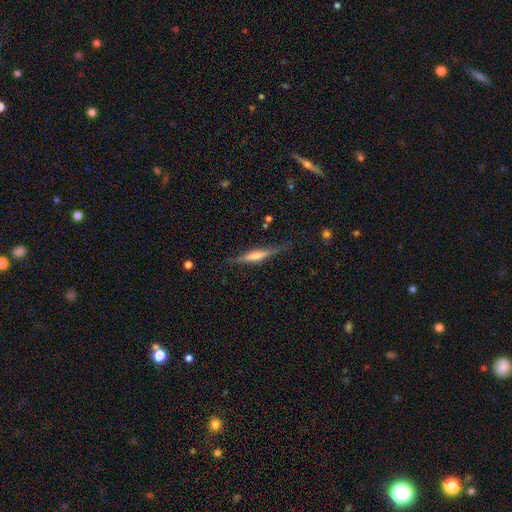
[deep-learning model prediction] This is likely a featured or disk galaxy (61%). It is clearly viewed edge-on (96%). Edge-on bulge: possibly rounded (58%). Merging: clearly none (82%).